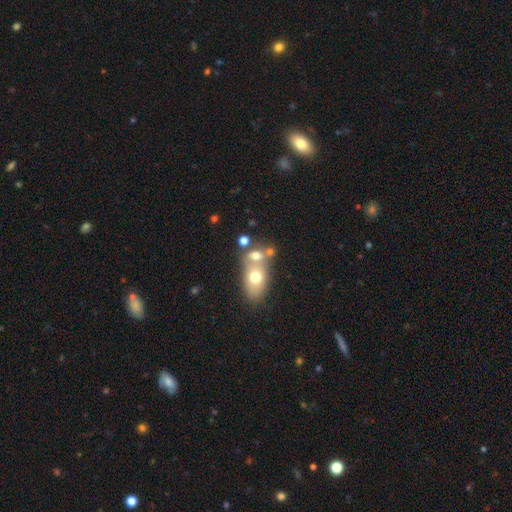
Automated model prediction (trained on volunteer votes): This is likely a smooth galaxy (65%). How rounded: likely in between (64%). Merging: possibly merger (57%).